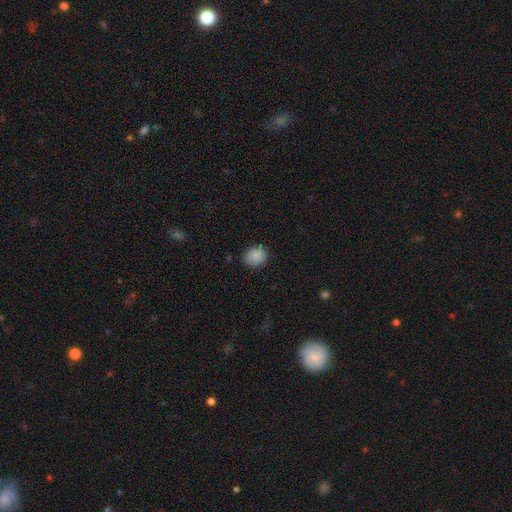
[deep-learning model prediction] Smooth or featured?
  - smooth: 88% *
  - star or artifact: 8%
  - featured or disk: 4%
How rounded?
  - round: 65% *
  - in between: 34%
  - cigar-shaped: 1%
Merging?
  - none: 84% *
  - minor disturbance: 12%
  - major disturbance: 2%
  - merger: 1%